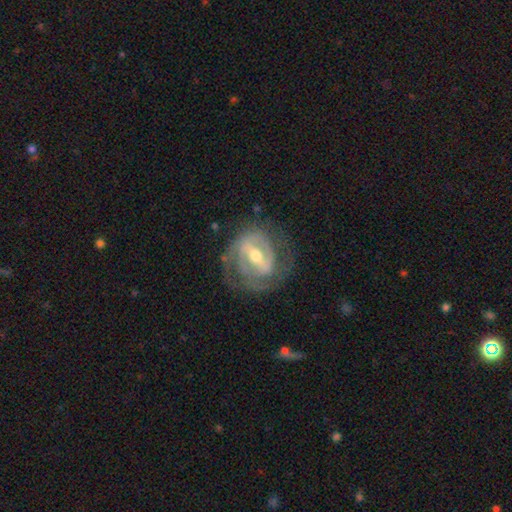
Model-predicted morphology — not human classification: The model was most divided on "spiral winding": tight: 55%, medium: 35%, loose: 10%. More confident: edge-on disk — no (96%); spiral arms — yes (91%); smooth or featured — featured or disk (87%); merging — none (70%); bulge size — moderate (66%); bar — strong (56%); spiral arm count — 2 (55%).